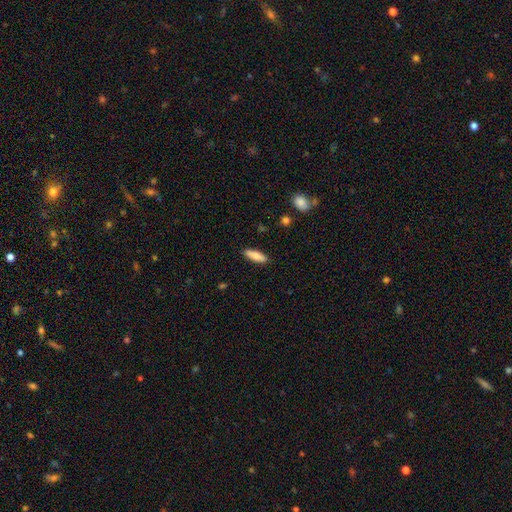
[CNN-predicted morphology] Q: Smooth or featured?
A: smooth (81%); runner-up: featured or disk (12%)
Q: How rounded?
A: cigar-shaped (52%); runner-up: in between (46%)
Q: Merging?
A: none (88%); runner-up: minor disturbance (8%)